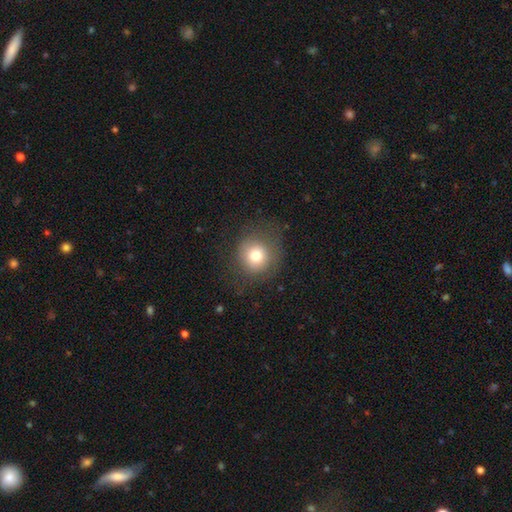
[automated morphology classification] Smooth or featured: smooth — 74% (featured or disk — 14%)
How rounded: round — 89% (in between — 11%)
Merging: none — 73% (minor disturbance — 16%)